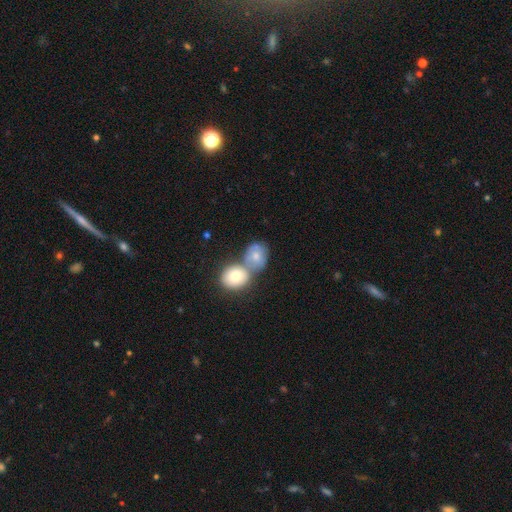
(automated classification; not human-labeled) Overall: smooth (70%). How rounded: round (64%; in between 35%). Merging: merger (56%; none 30%).